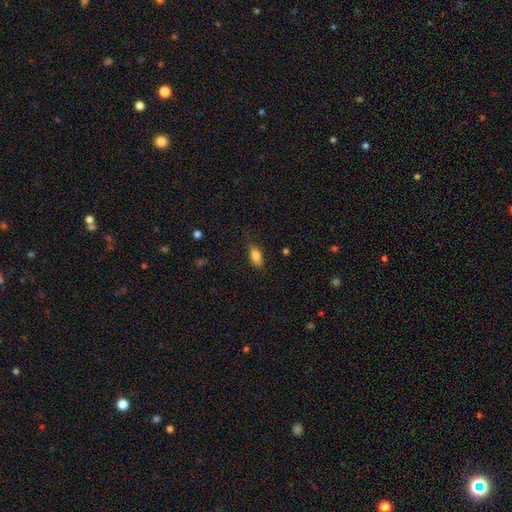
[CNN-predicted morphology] Smooth or featured? Predicted: smooth (p=0.84). How rounded? Predicted: in between (p=0.86). Merging? Predicted: none (p=0.78).